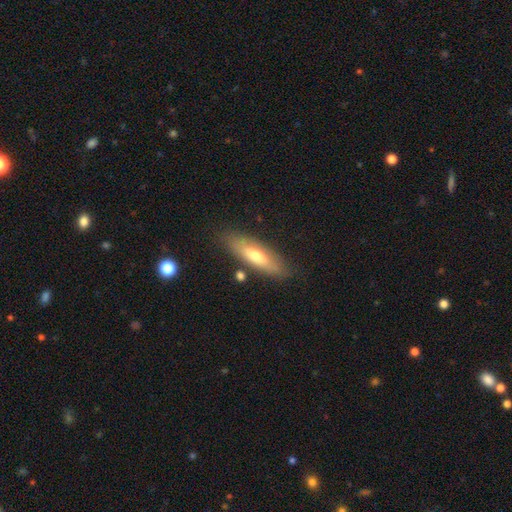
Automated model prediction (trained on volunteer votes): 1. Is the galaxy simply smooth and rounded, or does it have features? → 59% smooth, 34% featured or disk, 7% star or artifact.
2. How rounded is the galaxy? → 55% cigar-shaped, 43% in between, 2% round.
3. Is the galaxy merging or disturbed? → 81% none, 12% minor disturbance, 4% merger, 3% major disturbance.